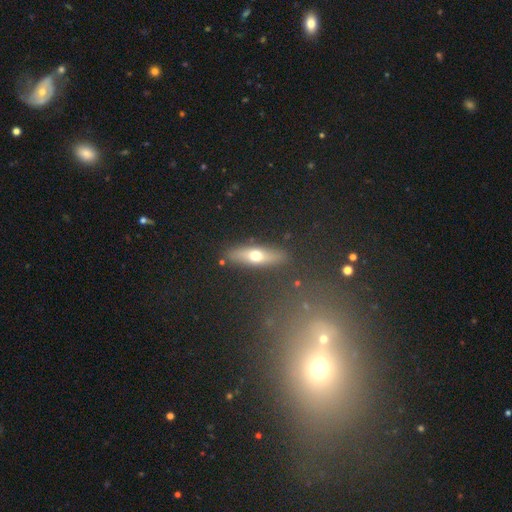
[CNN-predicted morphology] Smooth or featured? smooth (55%)
How rounded? cigar-shaped (61%)
Merging? none (86%)